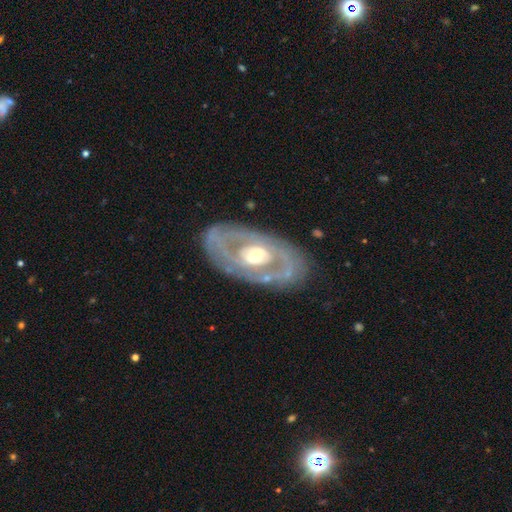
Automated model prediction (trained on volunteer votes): Q: Smooth or featured?
A: featured or disk (83%); runner-up: smooth (13%)
Q: Edge-on disk?
A: no (93%); runner-up: yes (7%)
Q: Bar?
A: no (60%); runner-up: weak (27%)
Q: Spiral arms?
A: yes (70%); runner-up: no (30%)
Q: Spiral winding?
A: tight (51%); runner-up: medium (35%)
Q: Spiral arm count?
A: 2 (68%); runner-up: can't tell (19%)
Q: Bulge size?
A: moderate (63%); runner-up: small (21%)
Q: Merging?
A: none (80%); runner-up: minor disturbance (12%)